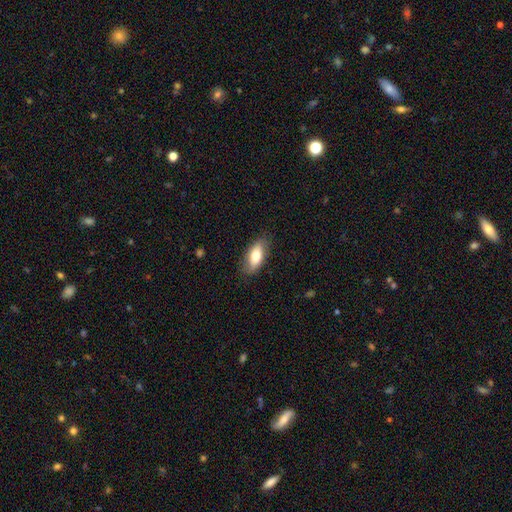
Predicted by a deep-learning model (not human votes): This appears to be a smooth galaxy with no disk features (74%) that is in between round and cigar-shaped (85%). Merging: none (82%).